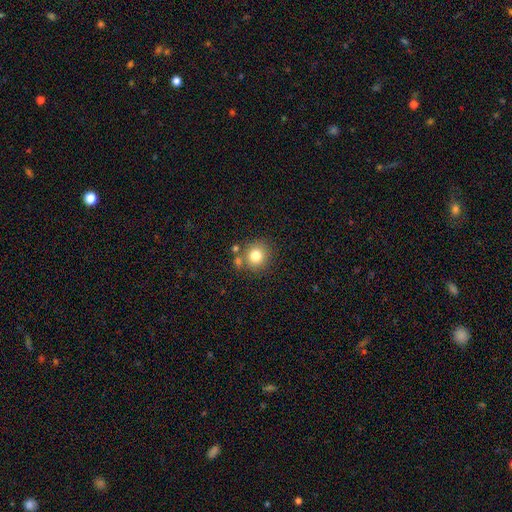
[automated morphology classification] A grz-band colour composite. It shows a smooth galaxy with no disk features (80%) that is round (87%). Merging: none (73%).